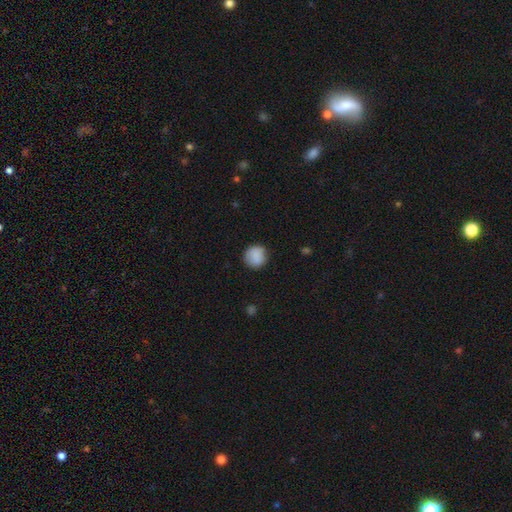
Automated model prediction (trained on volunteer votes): Morphology: type=smooth (88%); roundness=round (91%); merging=none (85%).